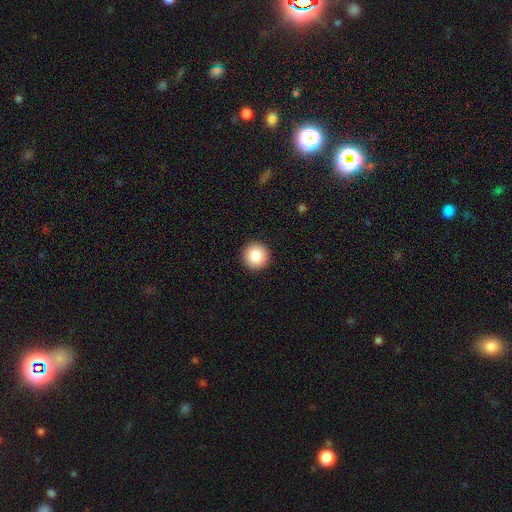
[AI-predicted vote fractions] Q: Smooth or featured?
A: smooth (86%); runner-up: star or artifact (9%)
Q: How rounded?
A: round (96%); runner-up: in between (3%)
Q: Merging?
A: none (93%); runner-up: minor disturbance (4%)